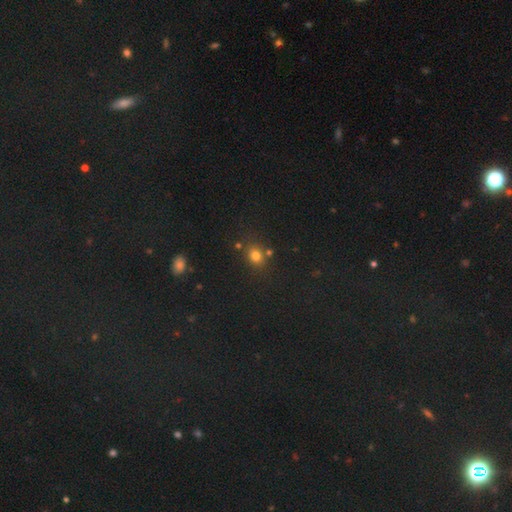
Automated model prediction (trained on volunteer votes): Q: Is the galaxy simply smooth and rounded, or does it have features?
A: smooth — 75%.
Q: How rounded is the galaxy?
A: round — 60%.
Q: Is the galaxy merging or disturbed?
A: none — 74%.